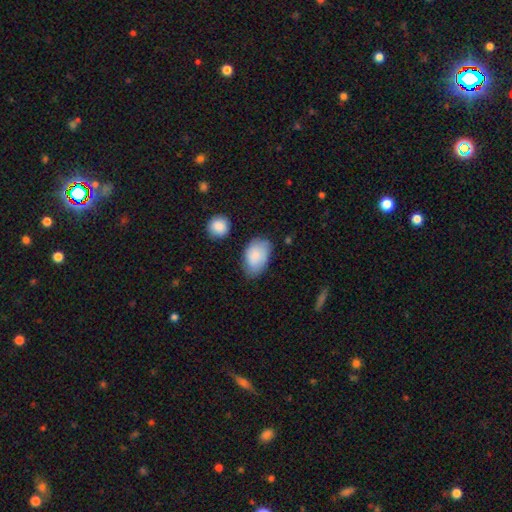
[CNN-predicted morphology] Smooth or featured? Predicted: smooth (p=0.83). How rounded? Predicted: in between (p=0.91). Merging? Predicted: none (p=0.65).